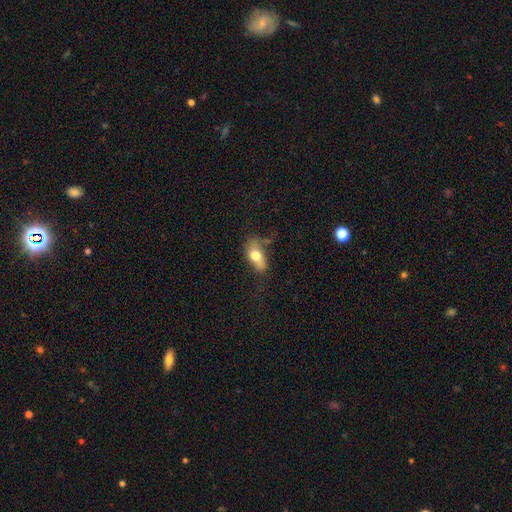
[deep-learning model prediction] smooth 70%, featured or disk 22%, star or artifact 8%. Down the decision tree: how rounded — in between (86%); merging — none (40%).